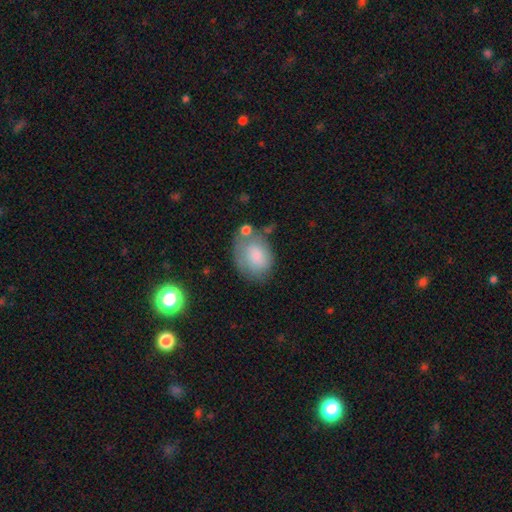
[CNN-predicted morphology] This appears to be a smooth galaxy with no disk features (74%) that is in between round and cigar-shaped (63%). Merging: none (47%).